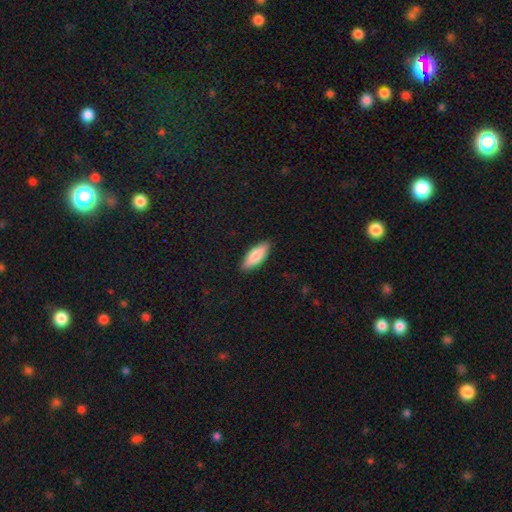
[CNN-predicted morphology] Smooth or featured? Predicted: smooth (p=0.83). How rounded? Predicted: in between (p=0.67). Merging? Predicted: none (p=0.88).